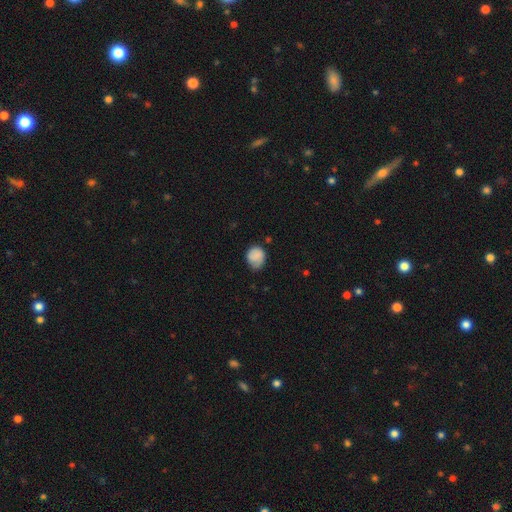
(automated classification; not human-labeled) Overall: smooth (81%). How rounded: round (67%; in between 32%). Merging: none (53%; minor disturbance 36%).